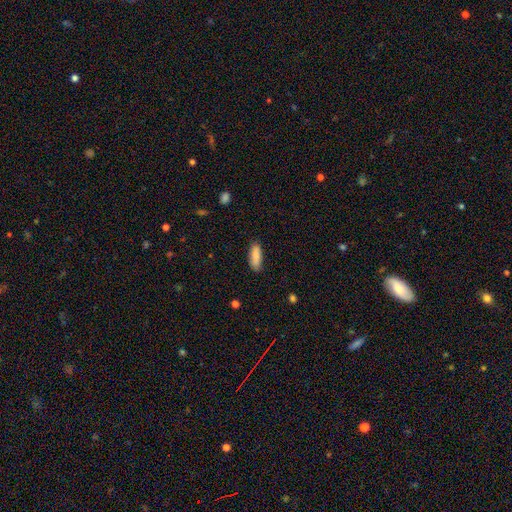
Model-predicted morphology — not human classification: Smooth or featured? smooth (86%)
How rounded? in between (68%)
Merging? none (82%)